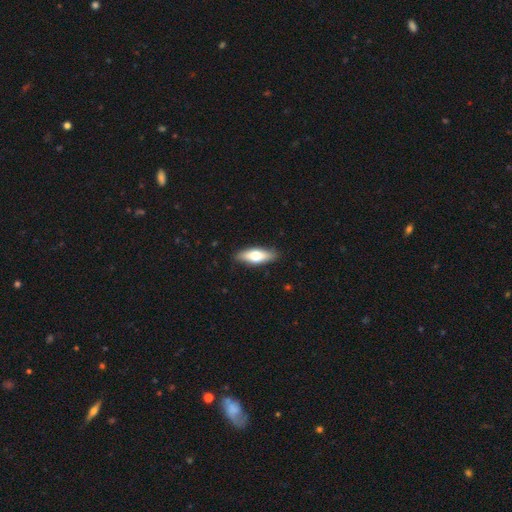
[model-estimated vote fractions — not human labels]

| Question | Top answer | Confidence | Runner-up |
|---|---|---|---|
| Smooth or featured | smooth | 63% | featured or disk (32%) |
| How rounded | in between | 61% | cigar-shaped (36%) |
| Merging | none | 87% | minor disturbance (10%) |